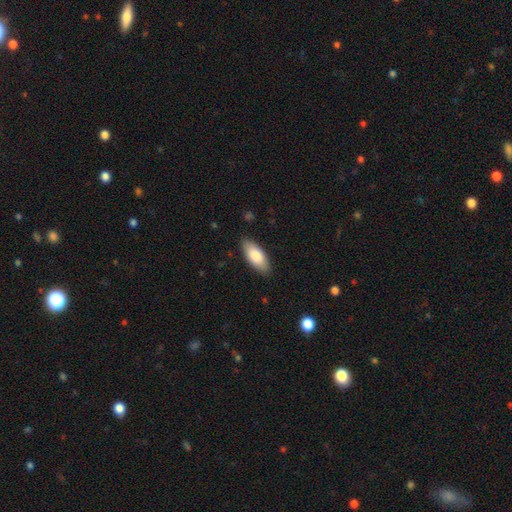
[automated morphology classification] A smooth galaxy with no disk features (84%) that is in between round and cigar-shaped (86%).

Vote fractions:
- Smooth or featured? smooth: 84% / featured or disk: 11% / star or artifact: 5%
- How rounded? in between: 86% / cigar-shaped: 13% / round: 2%
- Merging? none: 86% / minor disturbance: 11% / major disturbance: 2% / merger: 1%